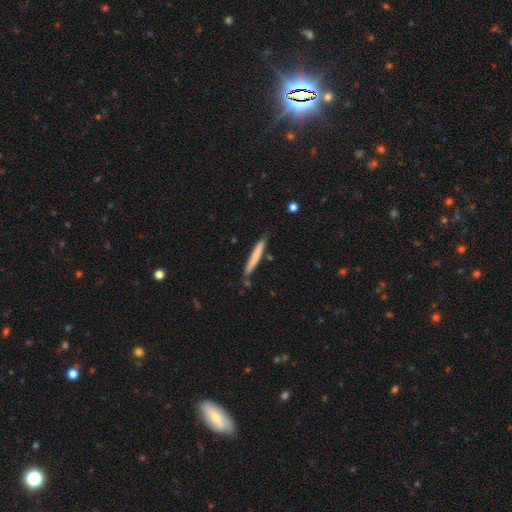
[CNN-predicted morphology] smooth-or-featured: smooth: 73% | featured or disk: 22% | star or artifact: 6%
  how-rounded: cigar-shaped: 96% | in between: 3% | round: 1%
  merging: none: 83% | minor disturbance: 12% | merger: 3% | major disturbance: 2%